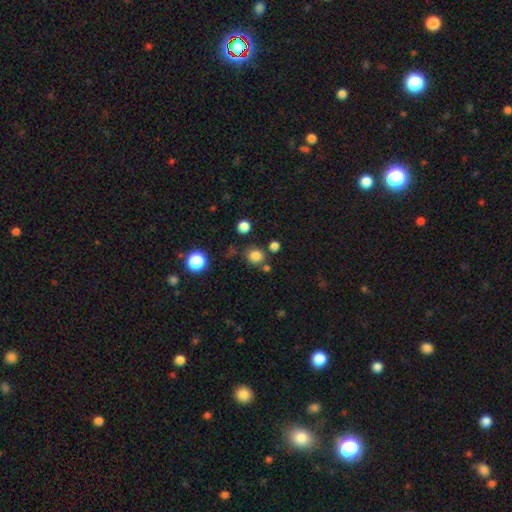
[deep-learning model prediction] Smooth or featured? Predicted: smooth (p=0.81). How rounded? Predicted: round (p=0.83). Merging? Predicted: none (p=0.76).